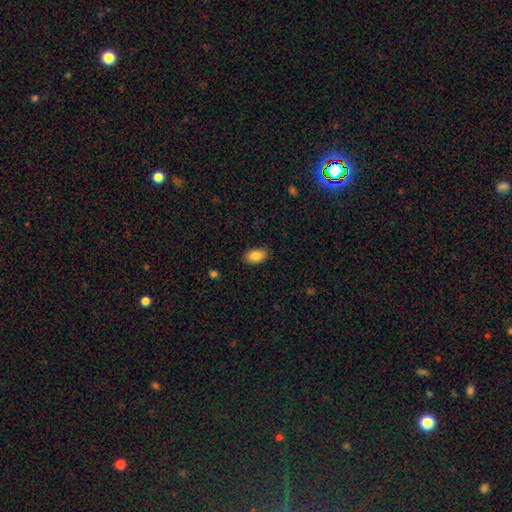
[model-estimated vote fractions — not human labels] A smooth galaxy with no disk features (86%) that is in between round and cigar-shaped (90%). Merging: none (87%).